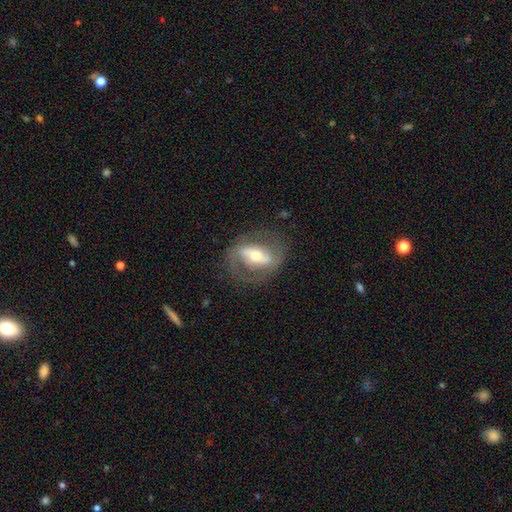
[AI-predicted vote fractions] This is likely a featured or disk galaxy (73%). It is clearly not viewed edge-on (89%). Bar: possibly strong (56%). Spiral arm pattern: likely yes (65%). Central bulge: likely moderate (64%). Merging: likely none (72%).